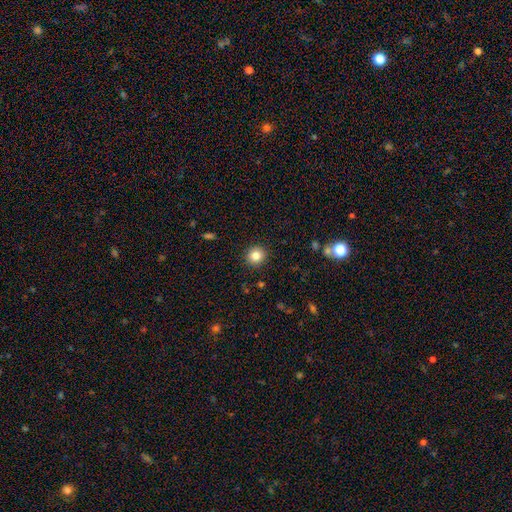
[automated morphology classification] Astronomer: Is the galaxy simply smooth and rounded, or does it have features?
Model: smooth — 83%.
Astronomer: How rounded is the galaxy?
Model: round — 91%.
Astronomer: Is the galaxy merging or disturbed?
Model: none — 92%.